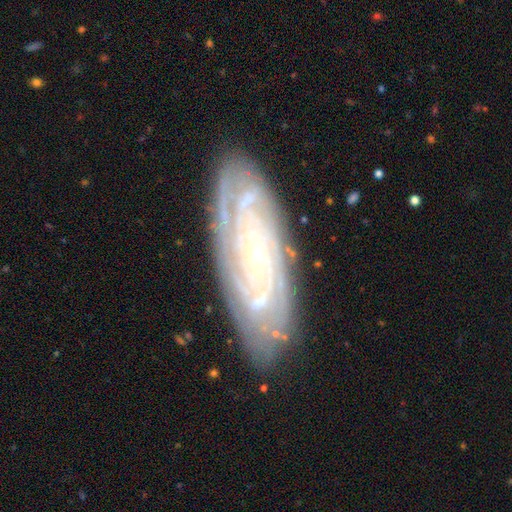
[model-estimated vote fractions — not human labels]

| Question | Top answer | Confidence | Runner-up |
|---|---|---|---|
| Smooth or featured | featured or disk | 85% | smooth (9%) |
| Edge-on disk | no | 90% | yes (10%) |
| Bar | no | 73% | weak (20%) |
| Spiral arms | yes | 96% | no (4%) |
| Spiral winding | tight | 80% | medium (17%) |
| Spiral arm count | can't tell | 35% | 4 (20%) |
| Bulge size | small | 85% | moderate (11%) |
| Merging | none | 82% | minor disturbance (14%) |